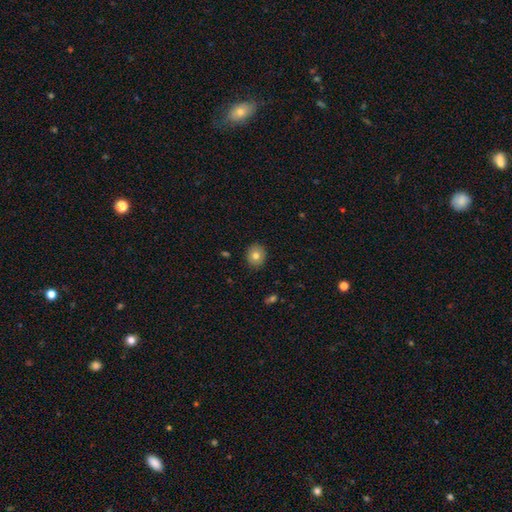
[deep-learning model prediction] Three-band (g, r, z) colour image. It shows a smooth galaxy with no disk features (78%) that is round (75%). Merging: none (90%).